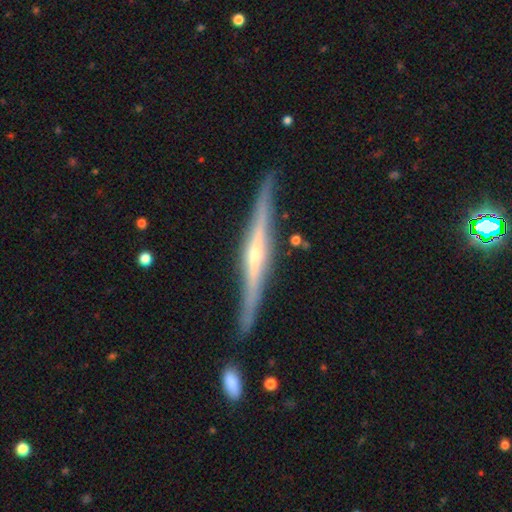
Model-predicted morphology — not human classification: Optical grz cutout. It shows a featured or disk galaxy (80%) viewed edge-on (97%) with a rounded central bulge (67%). Merging: none (86%).